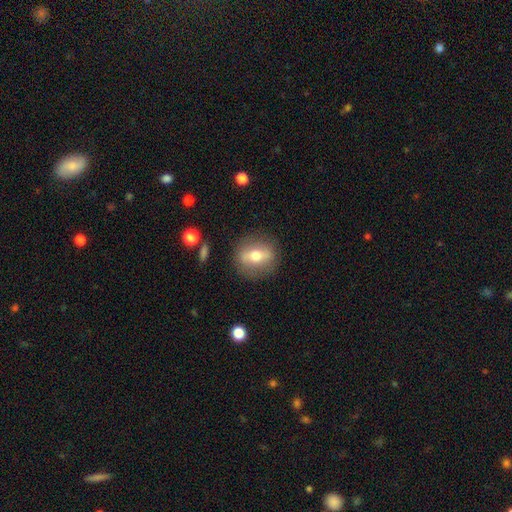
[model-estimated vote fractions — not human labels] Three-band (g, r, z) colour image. It shows a smooth galaxy with no disk features (48%). Merging: none (84%).